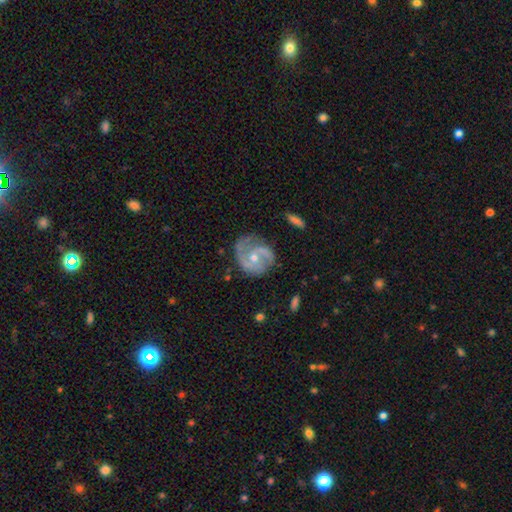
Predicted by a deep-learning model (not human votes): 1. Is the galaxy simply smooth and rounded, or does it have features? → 85% featured or disk, 8% smooth, 6% star or artifact.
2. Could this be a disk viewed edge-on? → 97% no, 3% yes.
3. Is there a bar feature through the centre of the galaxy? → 58% no, 32% weak, 10% strong.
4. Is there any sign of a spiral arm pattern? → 96% yes, 4% no.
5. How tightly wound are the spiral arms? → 49% medium, 34% tight, 17% loose.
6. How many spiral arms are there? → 71% 2, 10% 3, 8% can't tell, 6% 1, 2% 4, 2% more than 4.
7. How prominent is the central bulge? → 52% small, 45% moderate, 1% none, 1% large, 1% dominant.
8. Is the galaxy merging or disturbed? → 69% none, 20% minor disturbance, 9% major disturbance, 2% merger.